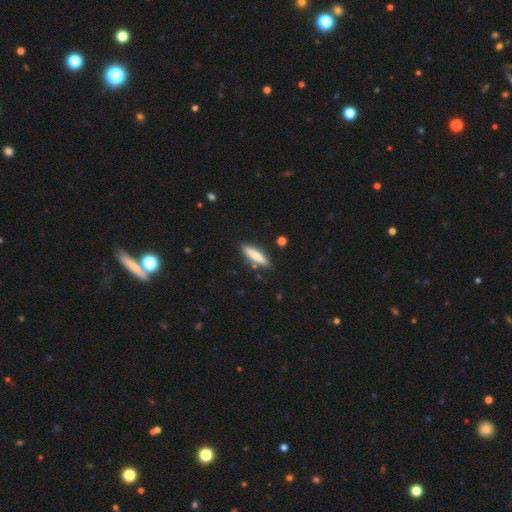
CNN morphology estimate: A smooth galaxy with no disk features (75%) that is cigar-shaped (74%).

Vote fractions:
- Smooth or featured? smooth: 75% / featured or disk: 19% / star or artifact: 6%
- How rounded? cigar-shaped: 74% / in between: 25% / round: 2%
- Merging? none: 85% / minor disturbance: 10% / merger: 3% / major disturbance: 2%